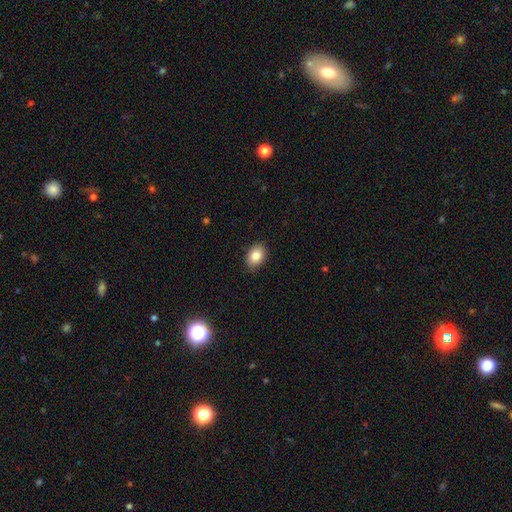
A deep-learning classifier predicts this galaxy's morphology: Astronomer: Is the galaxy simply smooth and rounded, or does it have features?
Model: smooth — 83%.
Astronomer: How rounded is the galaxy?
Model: in between — 78%.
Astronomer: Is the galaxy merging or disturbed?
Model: none — 87%.